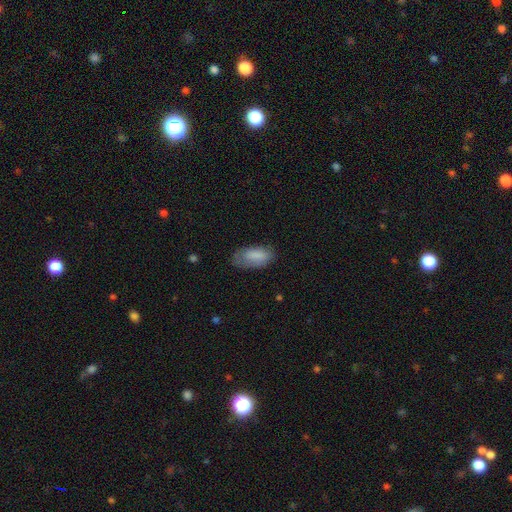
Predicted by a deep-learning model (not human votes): Smooth or featured: smooth — 81% (featured or disk — 12%)
How rounded: in between — 91% (cigar-shaped — 6%)
Merging: none — 57% (minor disturbance — 30%)